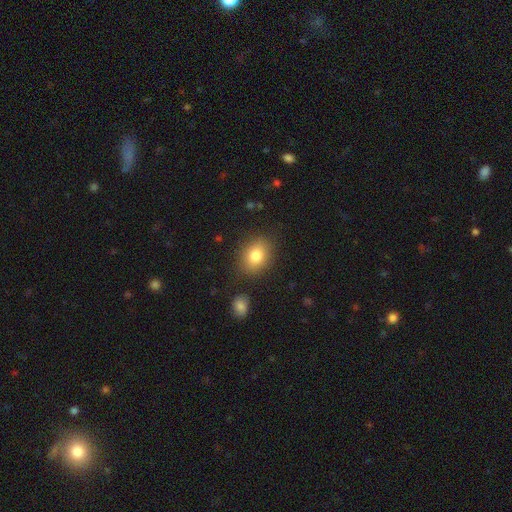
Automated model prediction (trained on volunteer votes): A smooth galaxy with no disk features (81%) that is in between round and cigar-shaped (55%).

Vote fractions:
- Smooth or featured? smooth: 81% / featured or disk: 10% / star or artifact: 10%
- How rounded? in between: 55% / round: 44% / cigar-shaped: 1%
- Merging? none: 83% / minor disturbance: 11% / major disturbance: 3% / merger: 3%